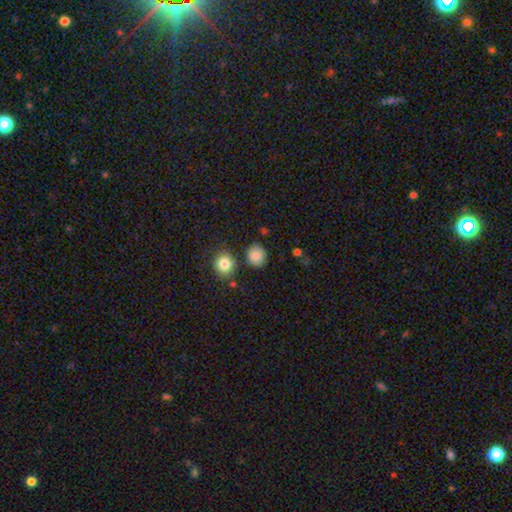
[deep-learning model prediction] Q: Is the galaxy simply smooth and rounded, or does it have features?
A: smooth — 86%.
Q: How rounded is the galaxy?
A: round — 77%.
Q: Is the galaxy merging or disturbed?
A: none — 81%.